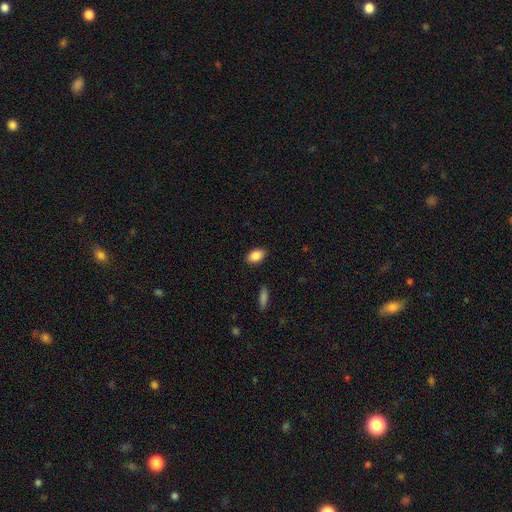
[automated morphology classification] A smooth galaxy with no disk features (86%) that is in between round and cigar-shaped (90%). Merging: none (87%).